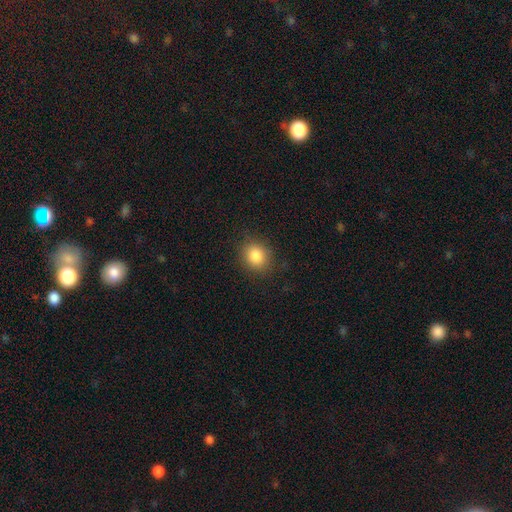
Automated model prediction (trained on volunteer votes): Smooth or featured?
  - smooth: 85% *
  - star or artifact: 10%
  - featured or disk: 5%
How rounded?
  - round: 68% *
  - in between: 31%
  - cigar-shaped: 1%
Merging?
  - none: 86% *
  - minor disturbance: 10%
  - major disturbance: 3%
  - merger: 1%